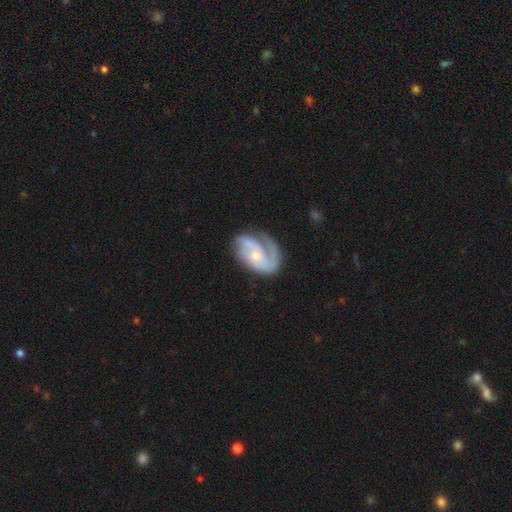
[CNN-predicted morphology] smooth-or-featured: featured or disk: 83% | smooth: 12% | star or artifact: 5%
  disk-edge-on: no: 97% | yes: 3%
    bar: no: 64% | weak: 30% | strong: 6%
    has-spiral-arms: yes: 95% | no: 5%
      spiral-winding: medium: 42% | tight: 39% | loose: 19%
      spiral-arm-count: 2: 51% | 1: 26% | can't tell: 12% | 3: 9% | 4: 2% | more than 4: 2%
    bulge-size: small: 49% | moderate: 45% | large: 2% | none: 2% | dominant: 1%
  merging: none: 58% | minor disturbance: 23% | major disturbance: 16% | merger: 2%